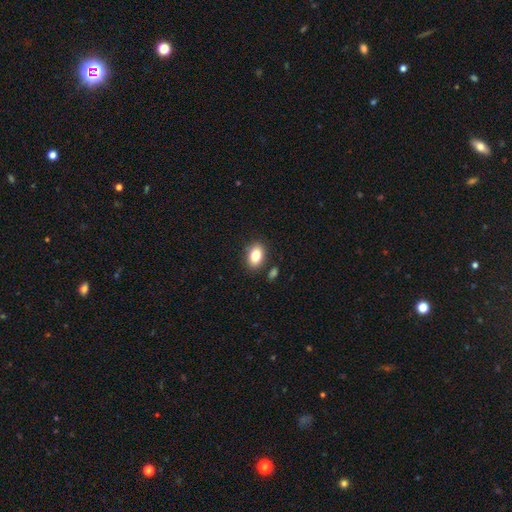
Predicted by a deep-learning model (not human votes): Smooth or featured: smooth — 82% (featured or disk — 9%)
How rounded: in between — 84% (round — 14%)
Merging: none — 83% (minor disturbance — 10%)